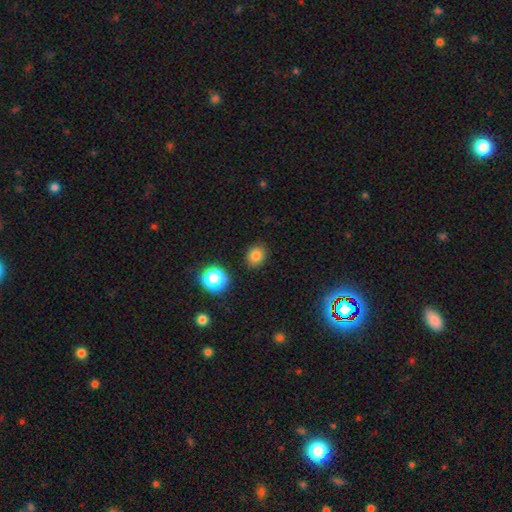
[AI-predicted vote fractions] Smooth or featured?
  - smooth: 80% *
  - star or artifact: 14%
  - featured or disk: 6%
How rounded?
  - round: 71% *
  - in between: 28%
  - cigar-shaped: 1%
Merging?
  - none: 88% *
  - minor disturbance: 7%
  - major disturbance: 2%
  - merger: 2%